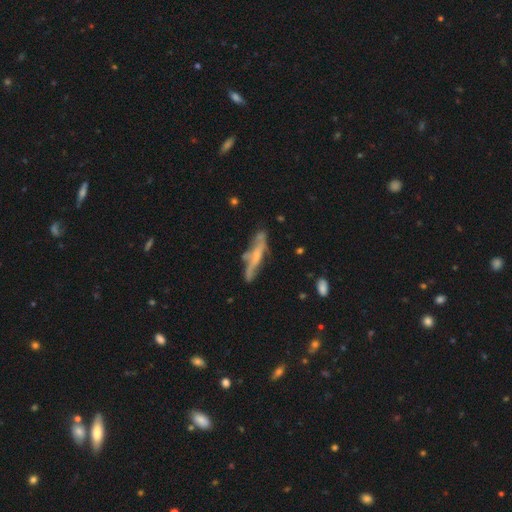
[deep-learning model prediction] smooth_or_featured: featured or disk (p=0.61) [alt: smooth p=0.32]
disk_edge_on: yes (p=0.68) [alt: no p=0.32]
merging: none (p=0.60) [alt: minor disturbance p=0.24]